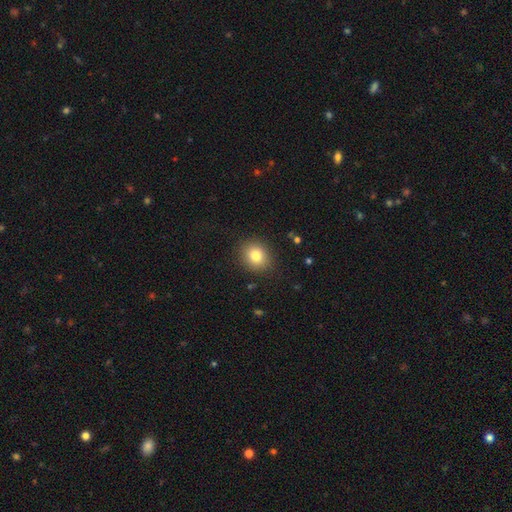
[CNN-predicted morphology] This appears to be a smooth galaxy with no disk features (82%) that is round (65%). Merging: none (87%).